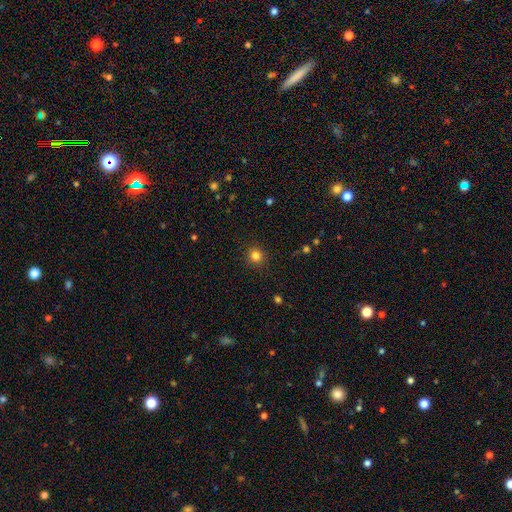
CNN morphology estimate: This appears to be a smooth galaxy with no disk features (83%) that is round (91%). Merging: none (91%).